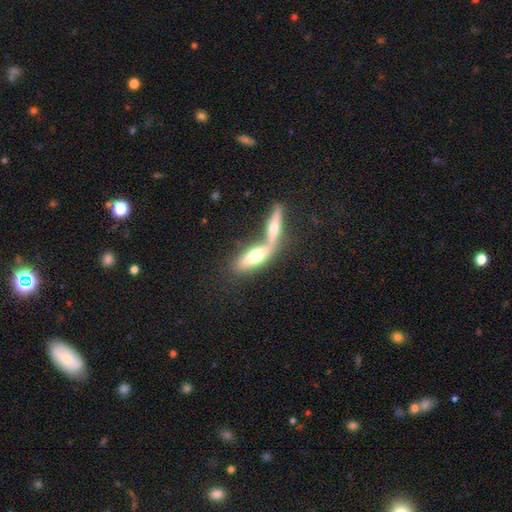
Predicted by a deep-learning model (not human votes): Morphology: type=smooth (57%); roundness=in between (53%); merging=merger (61%).